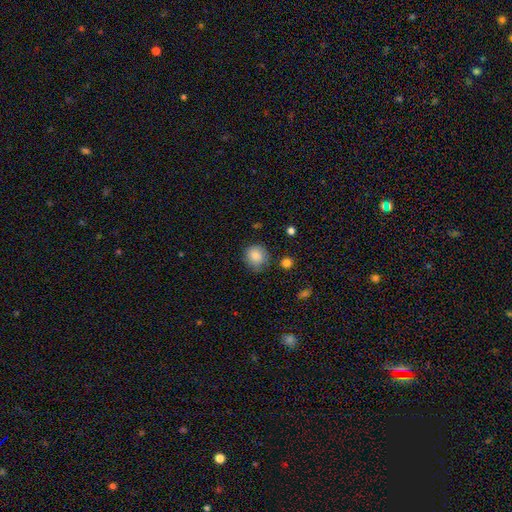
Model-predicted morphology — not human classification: The model was most divided on "merging": none: 73%, minor disturbance: 20%, major disturbance: 4%, merger: 2%. More confident: smooth or featured — smooth (85%); how rounded — round (82%).